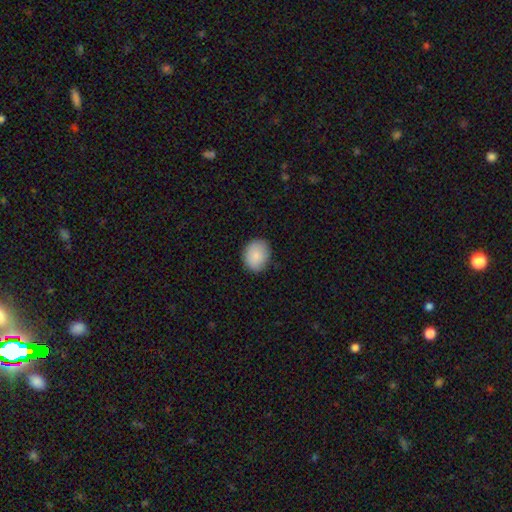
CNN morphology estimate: Smooth or featured? smooth (87%)
How rounded? round (55%)
Merging? none (82%)